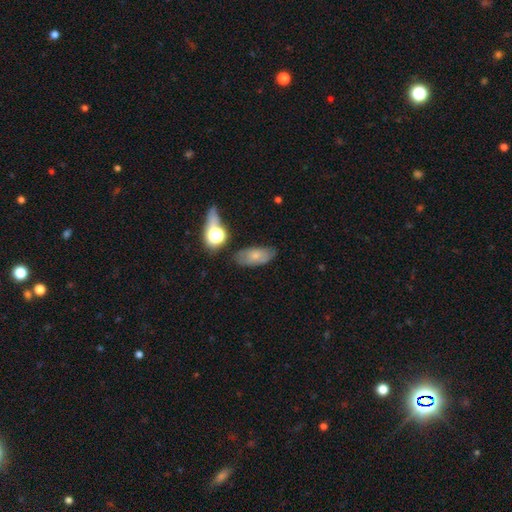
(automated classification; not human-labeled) This appears to be a smooth galaxy with no disk features (62%) that is in between round and cigar-shaped (87%). Merging: none (68%).